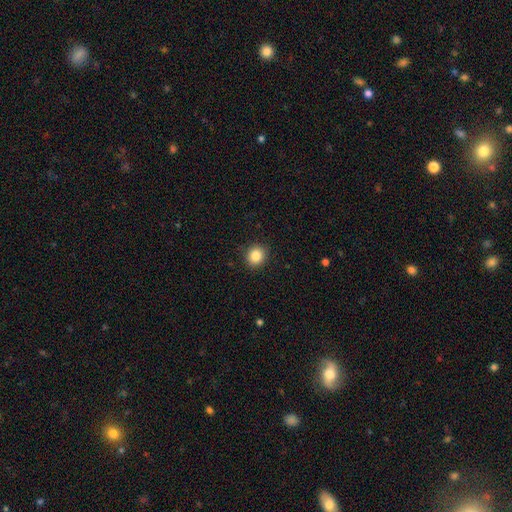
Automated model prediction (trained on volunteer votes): Smooth or featured? Predicted: smooth (p=0.85). How rounded? Predicted: round (p=0.84). Merging? Predicted: none (p=0.89).